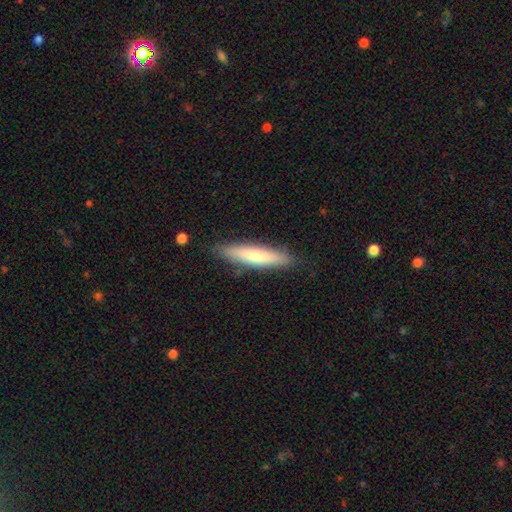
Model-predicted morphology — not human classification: smooth 74%, featured or disk 20%, star or artifact 6%. Down the decision tree: how rounded — cigar-shaped (84%); merging — none (86%).